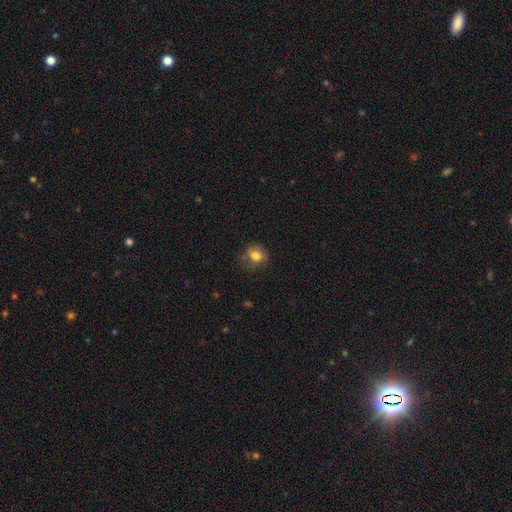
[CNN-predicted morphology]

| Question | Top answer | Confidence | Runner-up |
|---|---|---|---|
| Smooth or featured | smooth | 79% | star or artifact (11%) |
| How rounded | round | 61% | in between (38%) |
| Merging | none | 69% | minor disturbance (22%) |